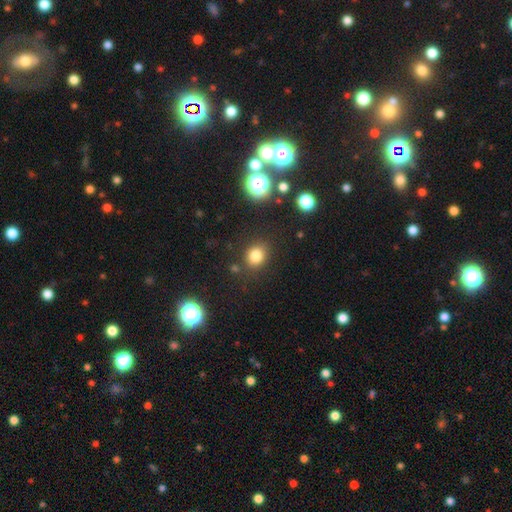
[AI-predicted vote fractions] The model was most divided on "how rounded": round: 66%, in between: 33%, cigar-shaped: 1%. More confident: merging — none (81%); smooth or featured — smooth (80%).